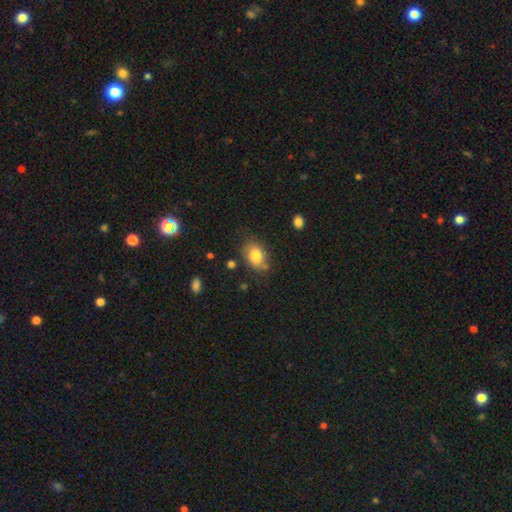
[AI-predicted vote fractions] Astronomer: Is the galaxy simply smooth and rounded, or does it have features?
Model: smooth — 81%.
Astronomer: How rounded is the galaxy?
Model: in between — 75%.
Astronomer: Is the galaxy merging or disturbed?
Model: none — 71%.